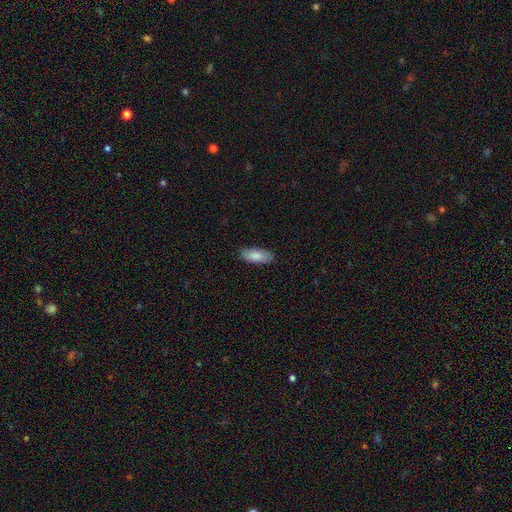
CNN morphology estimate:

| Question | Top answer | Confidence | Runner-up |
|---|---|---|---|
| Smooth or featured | smooth | 87% | featured or disk (8%) |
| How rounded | in between | 83% | cigar-shaped (15%) |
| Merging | none | 87% | minor disturbance (10%) |